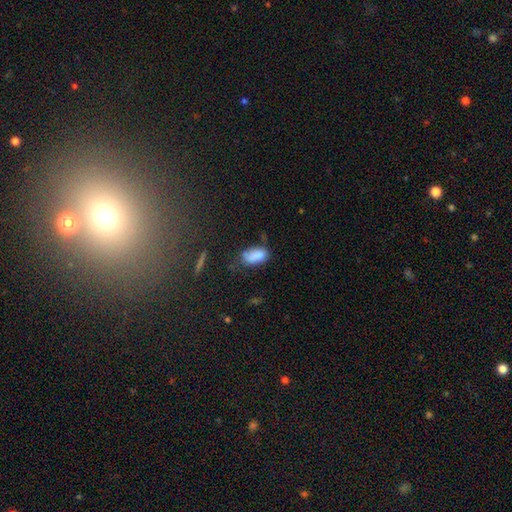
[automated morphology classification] Overall: smooth (81%). How rounded: in between (92%). Merging: none (44%; minor disturbance 35%).